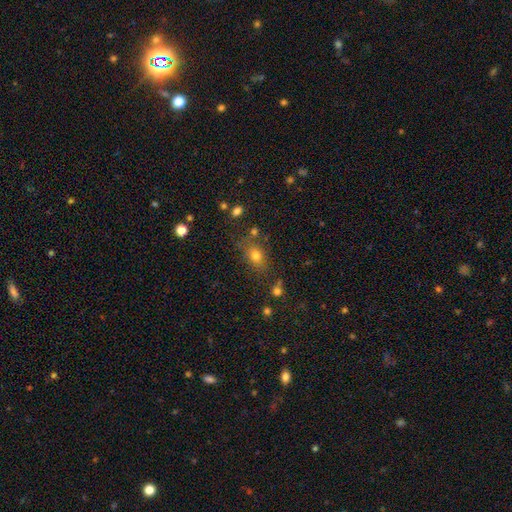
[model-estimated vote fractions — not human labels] Q: Smooth or featured?
A: smooth (75%); runner-up: star or artifact (15%)
Q: How rounded?
A: in between (66%); runner-up: round (33%)
Q: Merging?
A: none (71%); runner-up: minor disturbance (15%)